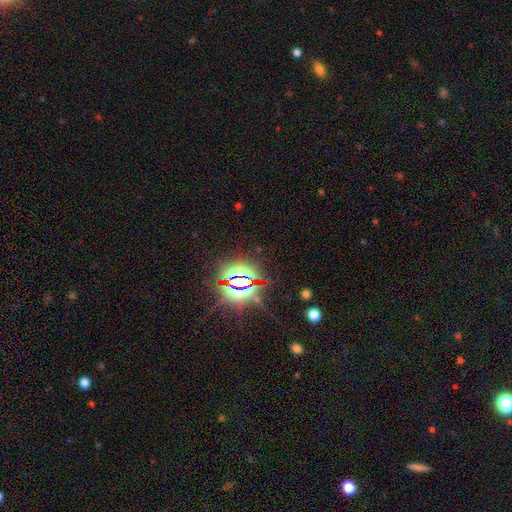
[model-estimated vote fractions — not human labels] smooth_or_featured: star or artifact (p=0.83) [alt: smooth p=0.09]